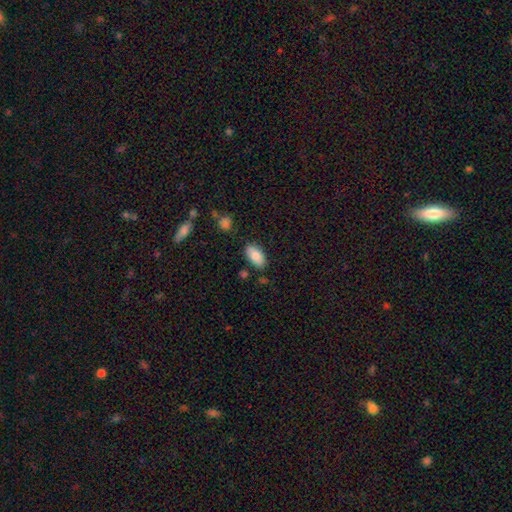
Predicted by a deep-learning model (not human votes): Smooth or featured? Predicted: smooth (p=0.85). How rounded? Predicted: in between (p=0.94). Merging? Predicted: none (p=0.80).